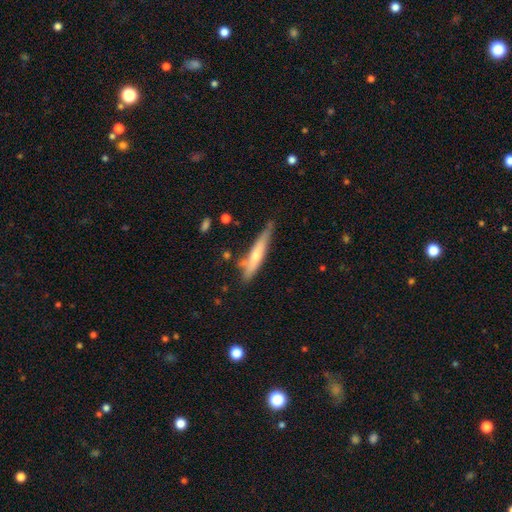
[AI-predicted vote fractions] Q: Smooth or featured?
A: smooth (49%); runner-up: featured or disk (46%)
Q: Merging?
A: none (64%); runner-up: minor disturbance (24%)